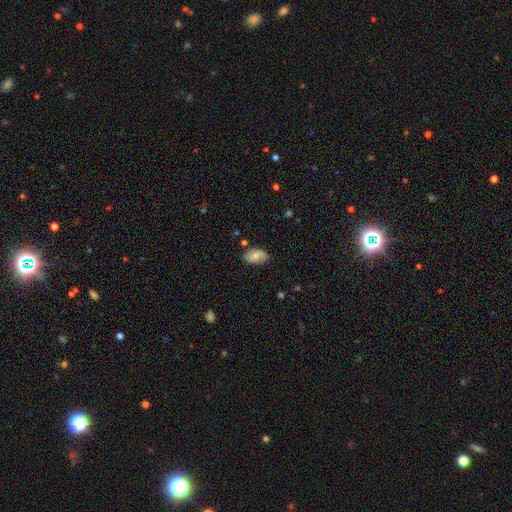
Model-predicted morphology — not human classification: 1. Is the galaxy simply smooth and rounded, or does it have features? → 48% smooth, 45% featured or disk, 7% star or artifact.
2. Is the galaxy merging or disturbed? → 75% none, 19% minor disturbance, 4% major disturbance, 2% merger.